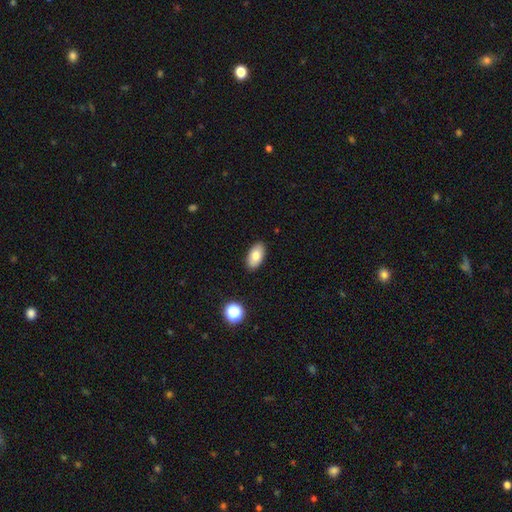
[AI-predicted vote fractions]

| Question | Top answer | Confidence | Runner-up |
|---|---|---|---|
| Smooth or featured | smooth | 79% | featured or disk (13%) |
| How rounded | in between | 94% | round (4%) |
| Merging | none | 89% | minor disturbance (8%) |